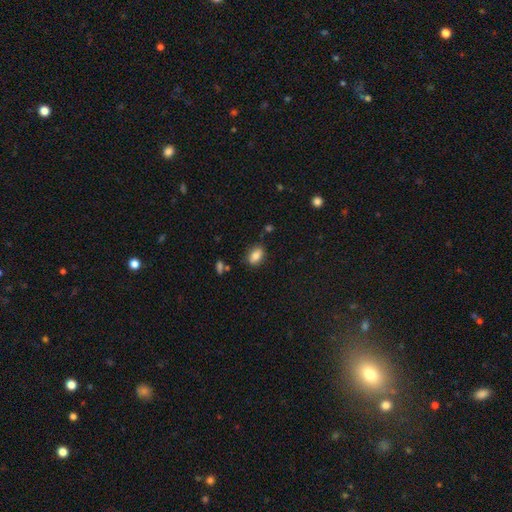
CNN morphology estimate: smooth_or_featured: smooth (p=0.83) [alt: star or artifact p=0.09]
how_rounded: in between (p=0.86) [alt: round p=0.11]
merging: none (p=0.78) [alt: minor disturbance p=0.15]